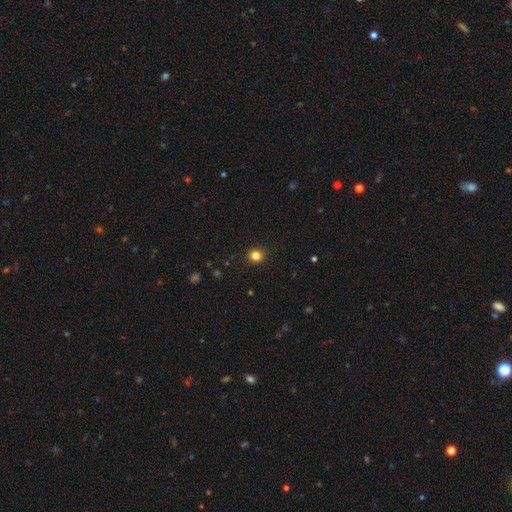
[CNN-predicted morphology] type=smooth (83%); roundness=round (90%); merging=none (92%).